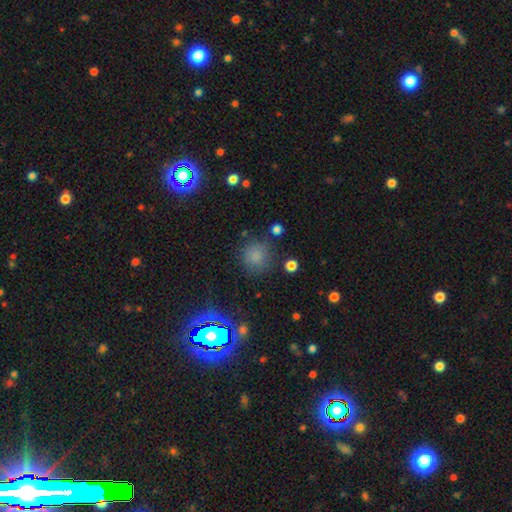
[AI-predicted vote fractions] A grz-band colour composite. It shows a smooth galaxy with no disk features (76%) that is round (90%). Merging: none (78%).